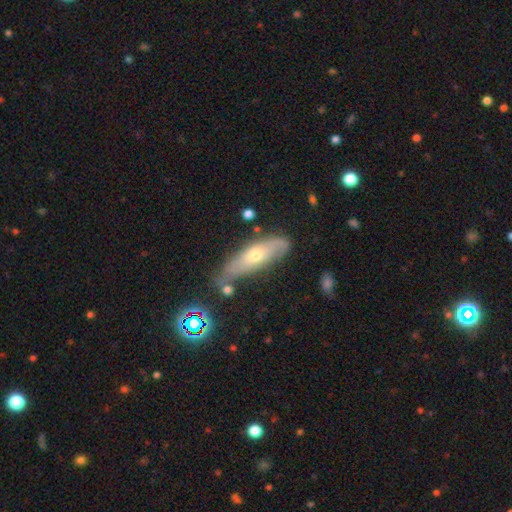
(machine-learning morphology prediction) Smooth or featured?
  - featured or disk: 52% *
  - smooth: 38%
  - star or artifact: 10%
Edge-on disk?
  - no: 54% *
  - yes: 46%
Merging?
  - none: 66% *
  - minor disturbance: 22%
  - major disturbance: 6%
  - merger: 6%